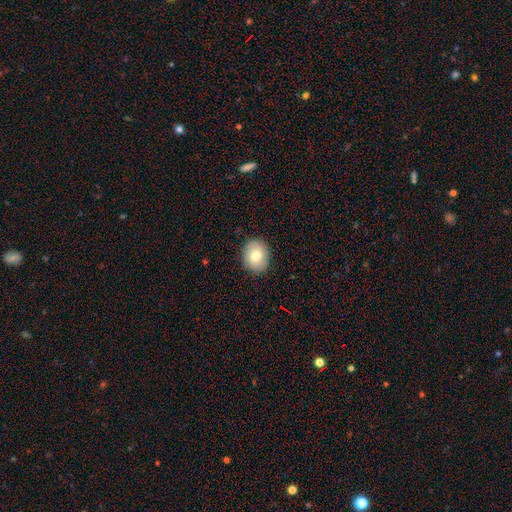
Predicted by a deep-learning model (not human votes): A smooth galaxy with no disk features (78%) that is round (59%). Merging: none (87%).